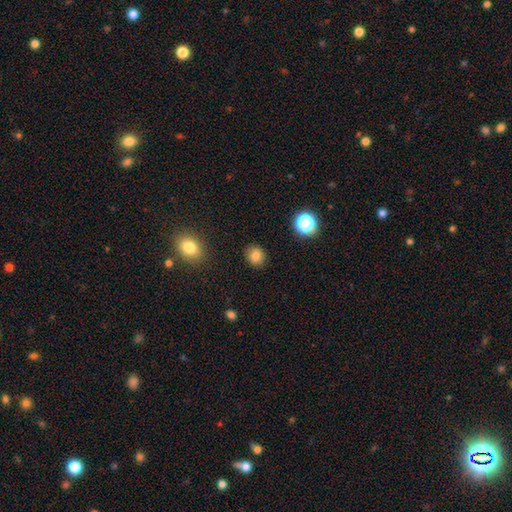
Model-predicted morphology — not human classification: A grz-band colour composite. It shows a smooth galaxy with no disk features (82%) that is round (74%). Merging: none (88%).